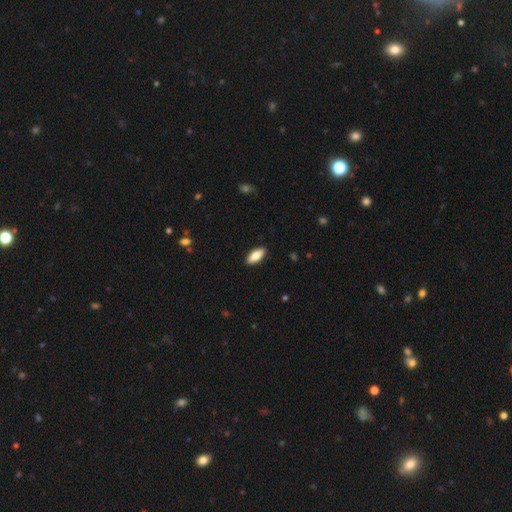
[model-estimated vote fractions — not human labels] Overall: smooth (79%). How rounded: in between (82%). Merging: none (90%).